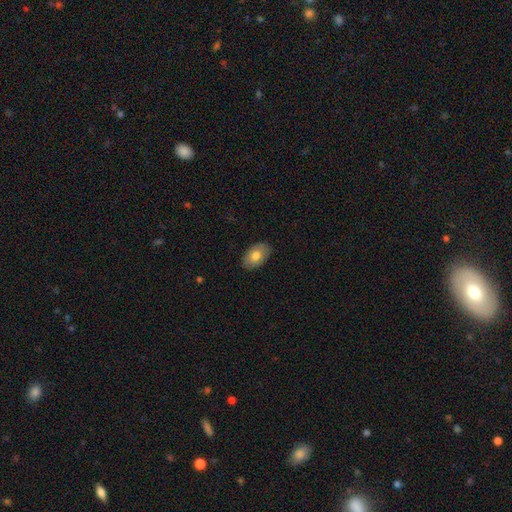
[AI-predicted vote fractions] A smooth galaxy with no disk features (73%) that is in between round and cigar-shaped (90%).

Vote fractions:
- Smooth or featured? smooth: 73% / featured or disk: 21% / star or artifact: 6%
- How rounded? in between: 90% / round: 9% / cigar-shaped: 1%
- Merging? none: 86% / minor disturbance: 11% / major disturbance: 2% / merger: 1%